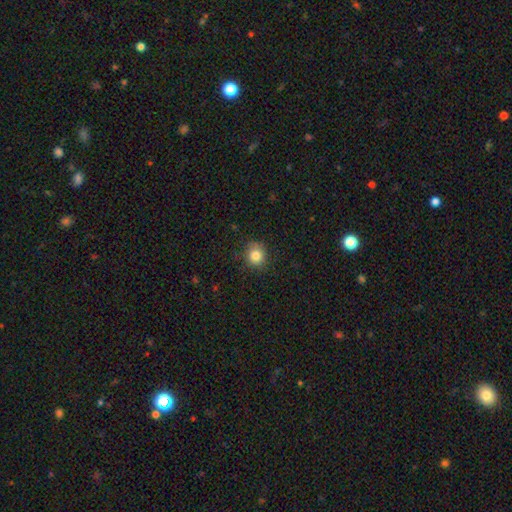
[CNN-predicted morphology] Overall: smooth (83%). How rounded: round (89%). Merging: none (84%).